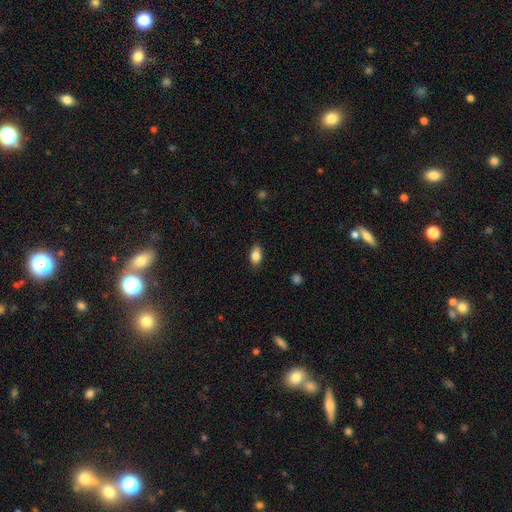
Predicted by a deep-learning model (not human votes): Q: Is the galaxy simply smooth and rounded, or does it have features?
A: smooth — 84%.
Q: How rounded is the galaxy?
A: in between — 88%.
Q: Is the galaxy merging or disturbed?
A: none — 83%.